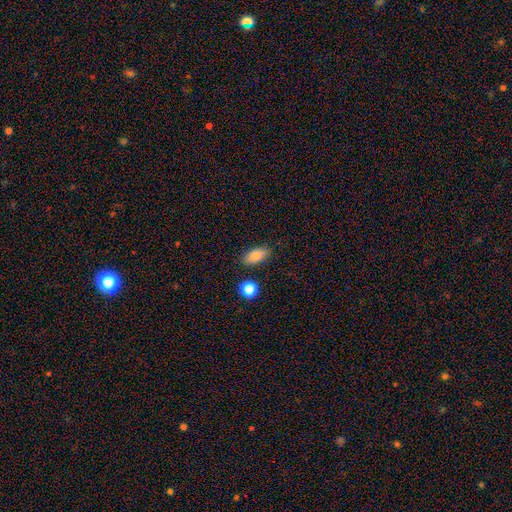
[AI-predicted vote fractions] smooth_or_featured: smooth (p=0.84) [alt: star or artifact p=0.08]
how_rounded: in between (p=0.83) [alt: cigar-shaped p=0.11]
merging: none (p=0.82) [alt: minor disturbance p=0.12]